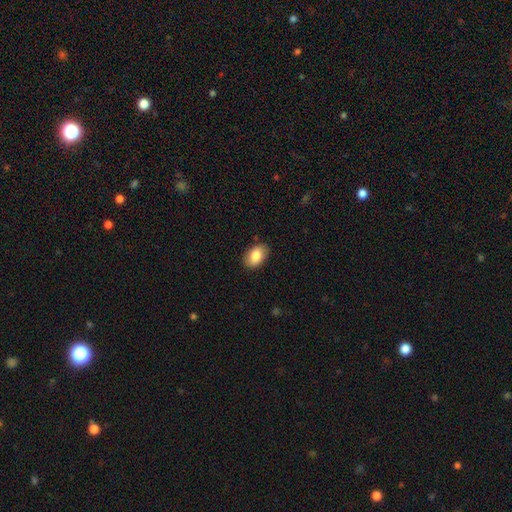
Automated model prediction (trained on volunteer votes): Morphology: type=smooth (83%); roundness=in between (88%); merging=none (87%).